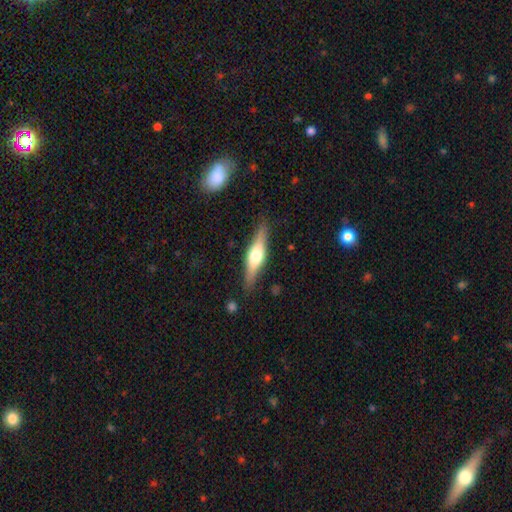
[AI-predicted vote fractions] Overall: featured or disk (58%; smooth 36%). Edge-on disk: yes (94%). Edge-on bulge: rounded (89%). Merging: none (86%).